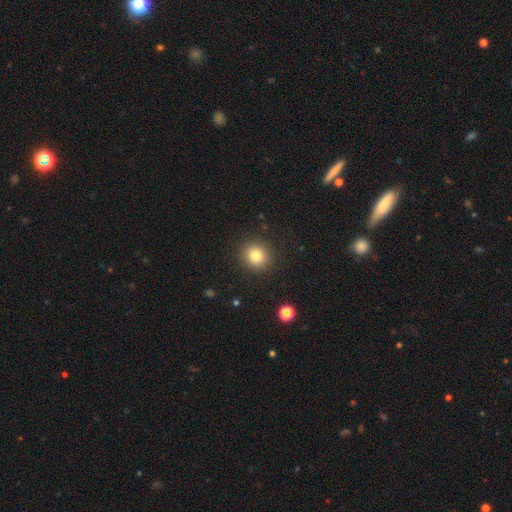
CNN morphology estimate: smooth_or_featured: smooth (p=0.81) [alt: star or artifact p=0.12]
how_rounded: round (p=0.88) [alt: in between p=0.11]
merging: none (p=0.91) [alt: minor disturbance p=0.06]